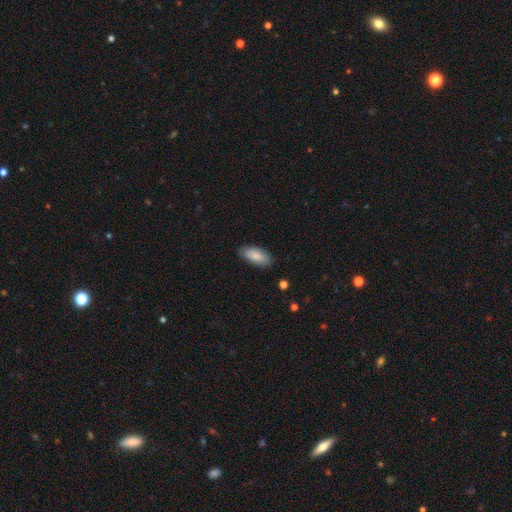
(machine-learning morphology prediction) Smooth or featured? Predicted: smooth (p=0.86). How rounded? Predicted: in between (p=0.87). Merging? Predicted: none (p=0.85).